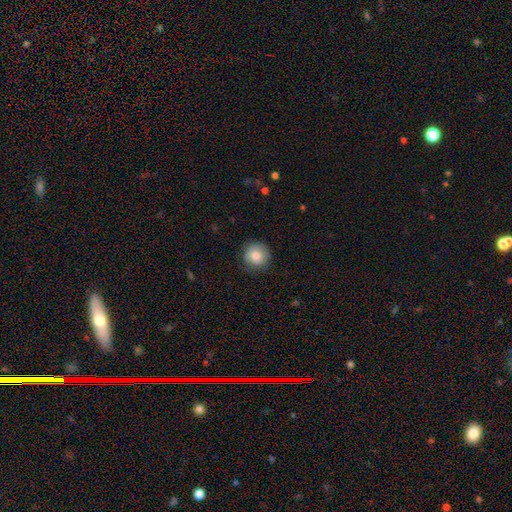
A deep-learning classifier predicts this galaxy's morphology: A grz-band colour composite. It shows a smooth galaxy with no disk features (80%) that is round (92%). Merging: none (80%).